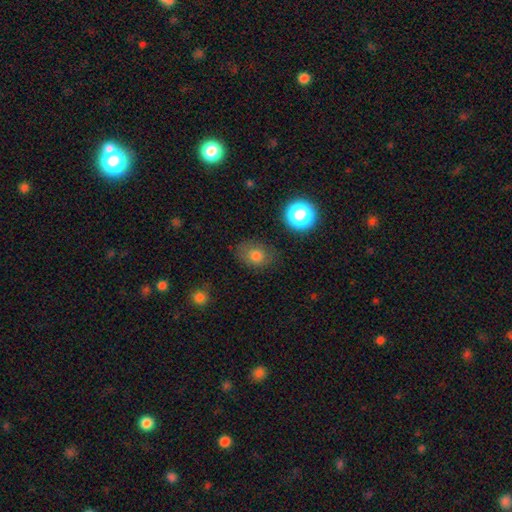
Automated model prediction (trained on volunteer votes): smooth-or-featured: smooth: 77% | star or artifact: 14% | featured or disk: 9%
  how-rounded: in between: 52% | round: 47% | cigar-shaped: 1%
  merging: none: 72% | minor disturbance: 19% | major disturbance: 7% | merger: 2%